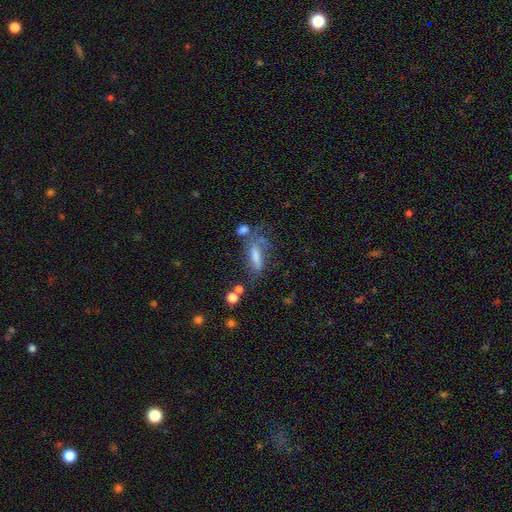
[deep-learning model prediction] Morphology: type=smooth (48%); merging=none (41%).